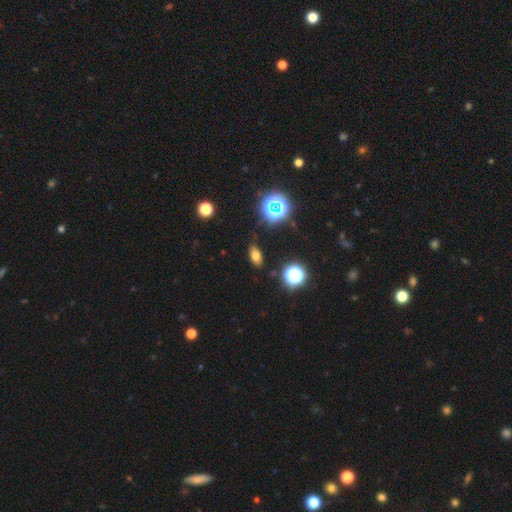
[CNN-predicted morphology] Q: Smooth or featured?
A: smooth (69%); runner-up: star or artifact (21%)
Q: How rounded?
A: in between (84%); runner-up: round (11%)
Q: Merging?
A: none (84%); runner-up: minor disturbance (11%)